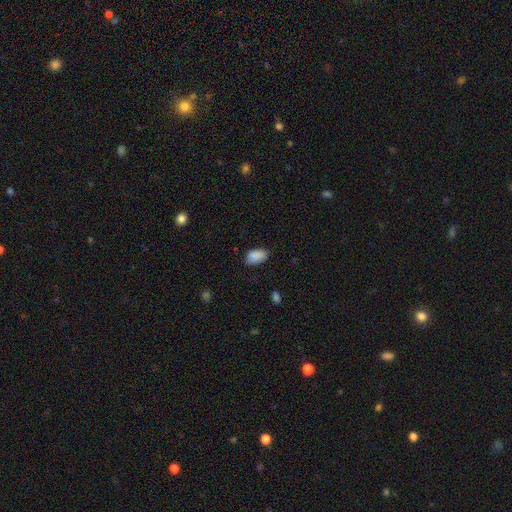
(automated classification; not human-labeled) Smooth or featured: smooth — 88% (star or artifact — 8%)
How rounded: in between — 93% (round — 5%)
Merging: none — 77% (minor disturbance — 19%)